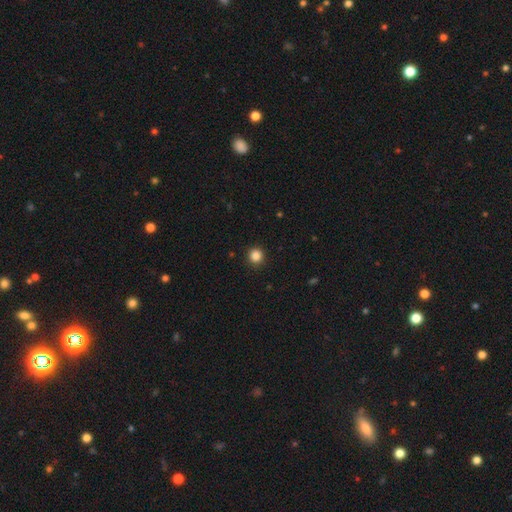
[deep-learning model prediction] Smooth or featured? smooth (86%)
How rounded? round (94%)
Merging? none (92%)